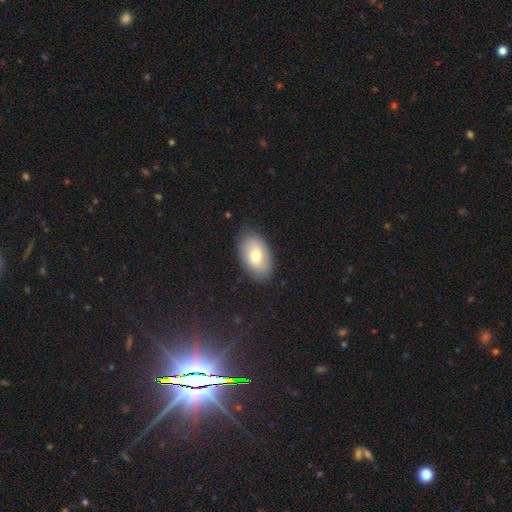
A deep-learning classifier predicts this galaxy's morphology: smooth 73%, featured or disk 20%, star or artifact 7%. Down the decision tree: how rounded — in between (92%); merging — none (84%).